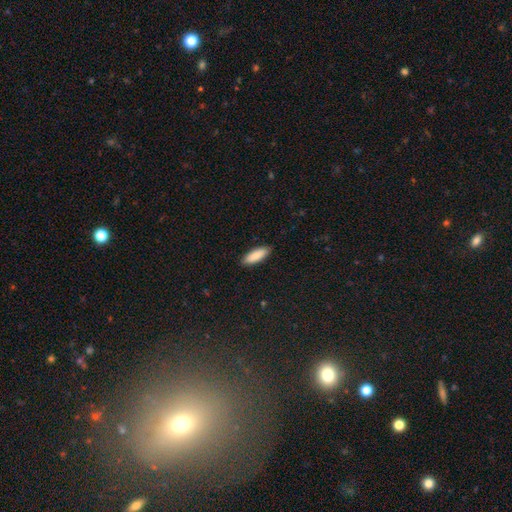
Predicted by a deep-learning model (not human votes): The model was most divided on "how rounded": in between: 59%, cigar-shaped: 39%, round: 1%. More confident: merging — none (90%); smooth or featured — smooth (89%).